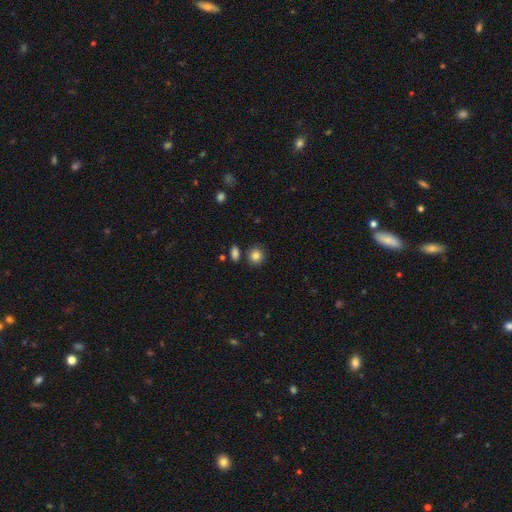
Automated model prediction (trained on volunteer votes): Morphology: type=smooth (85%); roundness=round (85%); merging=none (82%).